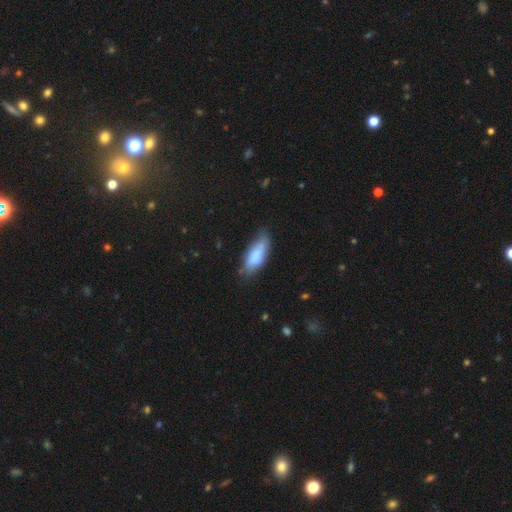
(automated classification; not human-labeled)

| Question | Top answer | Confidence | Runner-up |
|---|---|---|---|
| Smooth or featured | smooth | 79% | featured or disk (15%) |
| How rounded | in between | 74% | cigar-shaped (24%) |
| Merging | none | 57% | minor disturbance (31%) |